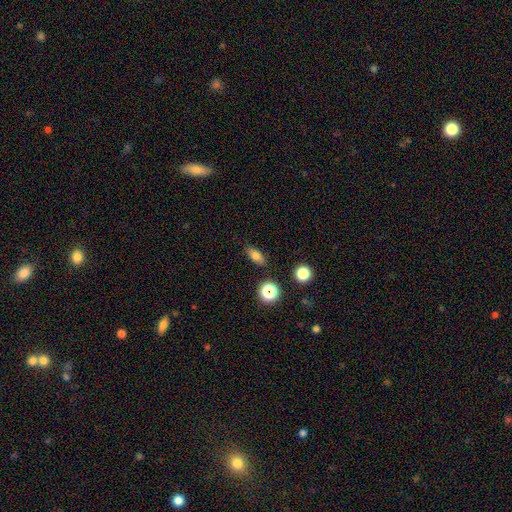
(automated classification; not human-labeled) Smooth or featured? smooth (73%)
How rounded? in between (72%)
Merging? none (85%)